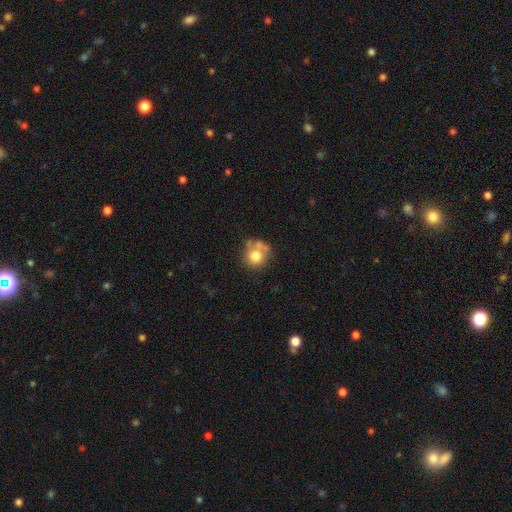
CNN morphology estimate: A smooth galaxy with no disk features (74%) that is round (84%). Merging: none (46%).